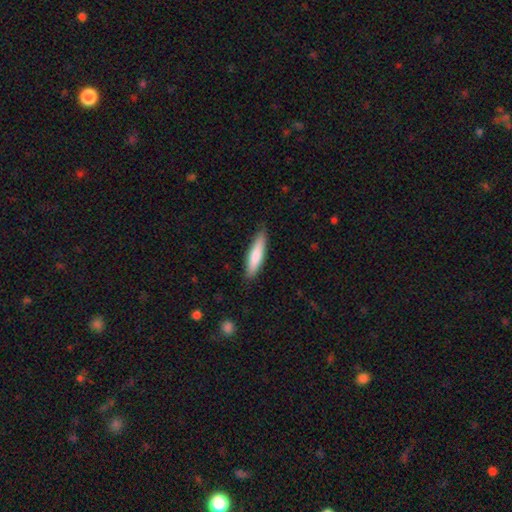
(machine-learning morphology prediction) This appears to be a smooth galaxy with no disk features (78%) that is cigar-shaped (78%). Merging: none (86%).